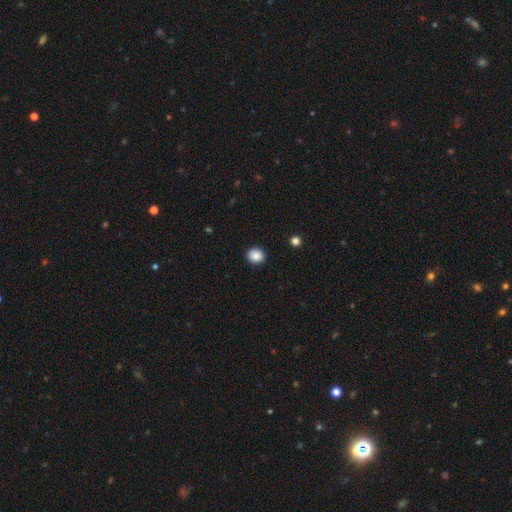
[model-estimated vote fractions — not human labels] Smooth or featured?
  - smooth: 87% *
  - star or artifact: 9%
  - featured or disk: 4%
How rounded?
  - round: 75% *
  - in between: 24%
  - cigar-shaped: 1%
Merging?
  - none: 92% *
  - minor disturbance: 5%
  - major disturbance: 2%
  - merger: 1%